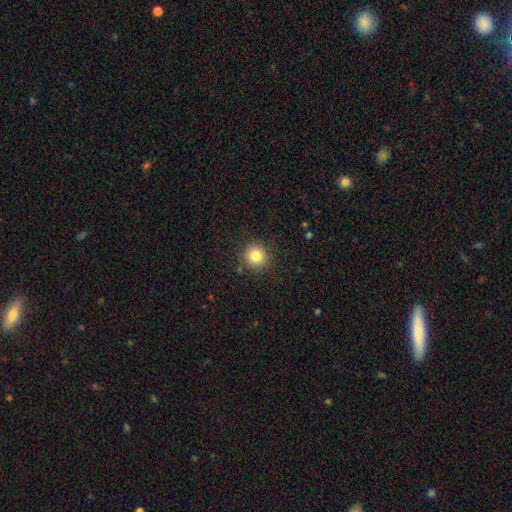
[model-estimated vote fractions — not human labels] A smooth galaxy with no disk features (83%) that is round (94%).

Vote fractions:
- Smooth or featured? smooth: 83% / star or artifact: 11% / featured or disk: 6%
- How rounded? round: 94% / in between: 5% / cigar-shaped: 1%
- Merging? none: 89% / minor disturbance: 7% / major disturbance: 2% / merger: 1%